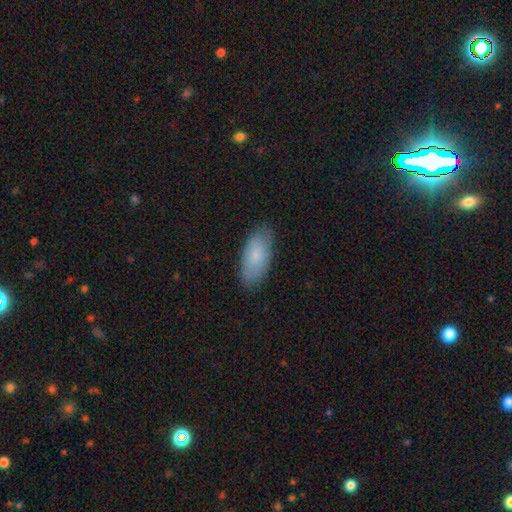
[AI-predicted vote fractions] Morphology: type=smooth (76%); roundness=in between (90%); merging=none (82%).